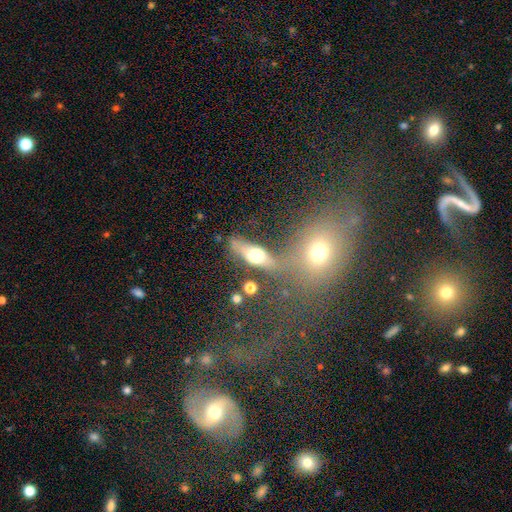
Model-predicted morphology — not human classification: This is possibly a smooth galaxy (48%). Merging: possibly none (53%).